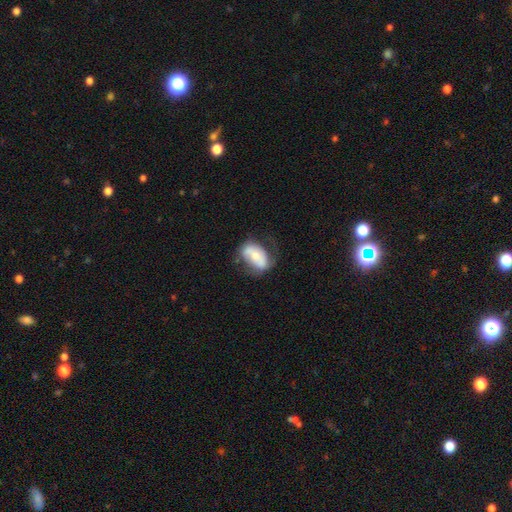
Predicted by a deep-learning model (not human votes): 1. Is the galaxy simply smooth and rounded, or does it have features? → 49% smooth, 44% featured or disk, 7% star or artifact.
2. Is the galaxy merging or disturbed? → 51% none, 28% minor disturbance, 18% major disturbance, 3% merger.